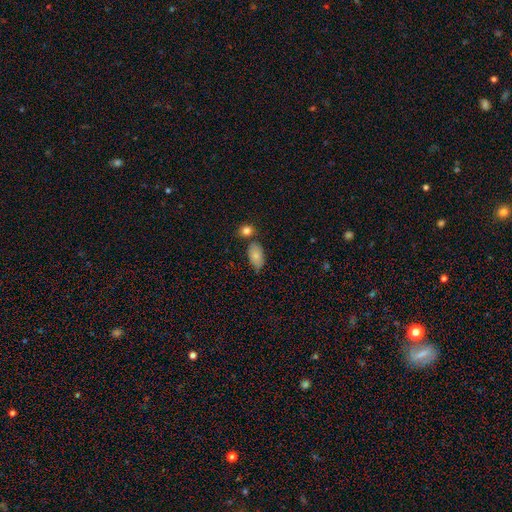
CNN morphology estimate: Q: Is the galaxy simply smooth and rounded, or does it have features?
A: smooth — 82%.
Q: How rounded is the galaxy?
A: in between — 92%.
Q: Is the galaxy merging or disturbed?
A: none — 62%.